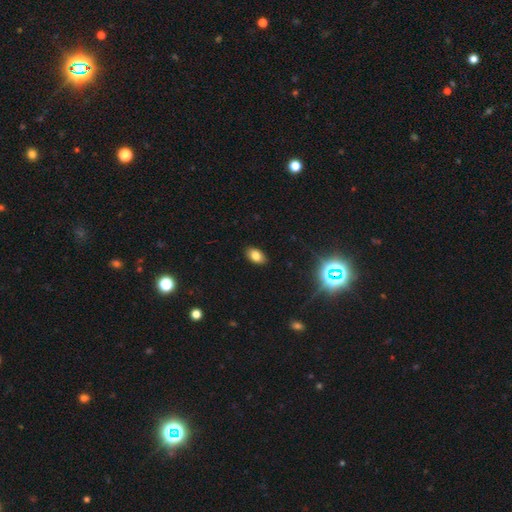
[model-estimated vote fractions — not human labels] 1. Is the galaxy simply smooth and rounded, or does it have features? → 80% smooth, 12% star or artifact, 8% featured or disk.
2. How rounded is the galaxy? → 90% in between, 8% round, 2% cigar-shaped.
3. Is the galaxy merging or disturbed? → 88% none, 9% minor disturbance, 2% major disturbance, 1% merger.